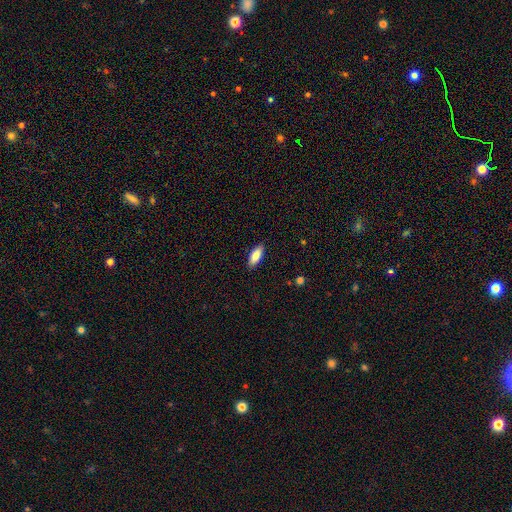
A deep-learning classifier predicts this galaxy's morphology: smooth 83%, featured or disk 11%, star or artifact 6%. Down the decision tree: how rounded — in between (80%); merging — none (89%).